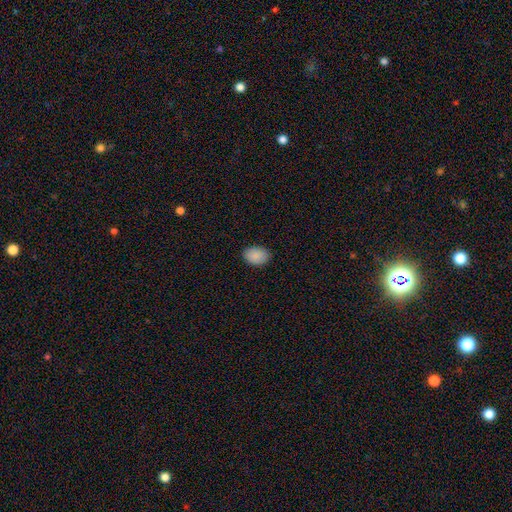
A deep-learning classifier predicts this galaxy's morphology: Smooth or featured?
  - smooth: 89% *
  - star or artifact: 7%
  - featured or disk: 4%
How rounded?
  - in between: 83% *
  - round: 16%
  - cigar-shaped: 1%
Merging?
  - none: 87% *
  - minor disturbance: 10%
  - major disturbance: 2%
  - merger: 1%